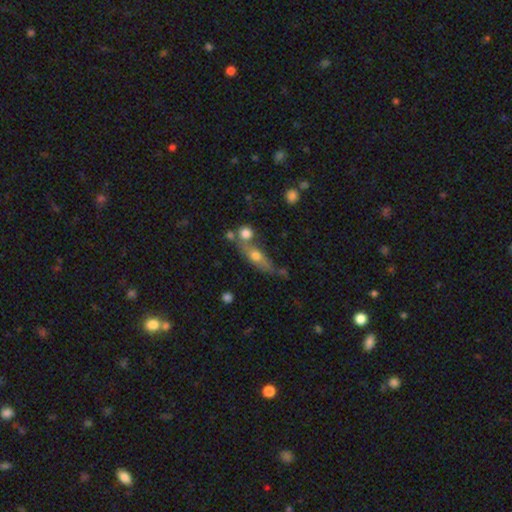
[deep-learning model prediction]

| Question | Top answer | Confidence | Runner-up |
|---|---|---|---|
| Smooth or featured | smooth | 61% | featured or disk (30%) |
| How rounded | in between | 54% | cigar-shaped (36%) |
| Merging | none | 46% | merger (31%) |